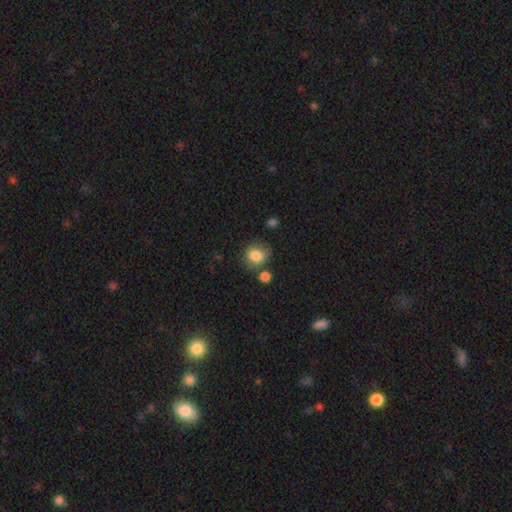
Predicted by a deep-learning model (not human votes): A smooth galaxy with no disk features (83%) that is round (69%).

Vote fractions:
- Smooth or featured? smooth: 83% / star or artifact: 9% / featured or disk: 8%
- How rounded? round: 69% / in between: 30% / cigar-shaped: 1%
- Merging? none: 64% / minor disturbance: 19% / merger: 10% / major disturbance: 7%